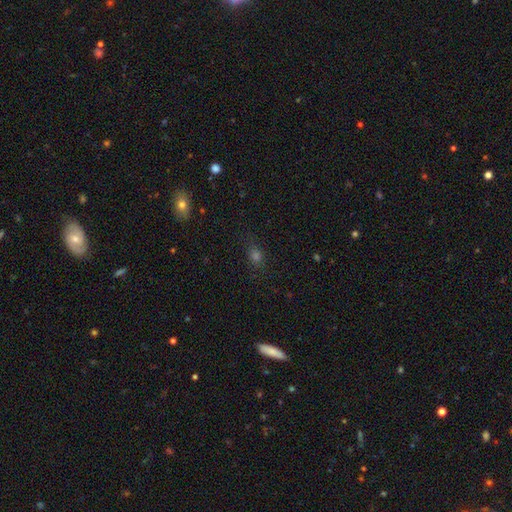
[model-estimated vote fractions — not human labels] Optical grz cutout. It shows a smooth galaxy with no disk features (61%) that is in between round and cigar-shaped (49%). Merging: none (78%).